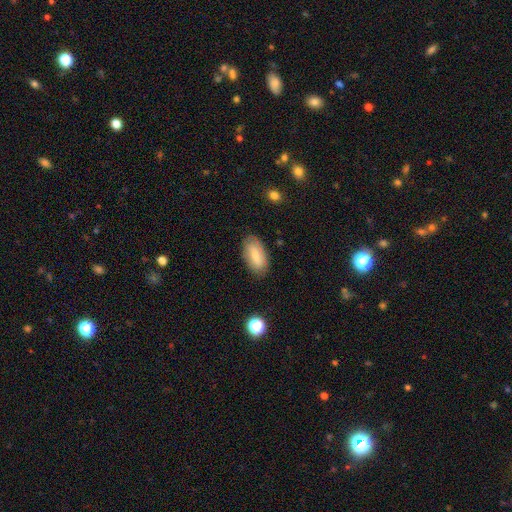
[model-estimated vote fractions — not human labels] Q: Smooth or featured?
A: smooth (75%); runner-up: featured or disk (18%)
Q: How rounded?
A: in between (91%); runner-up: cigar-shaped (7%)
Q: Merging?
A: none (84%); runner-up: minor disturbance (12%)